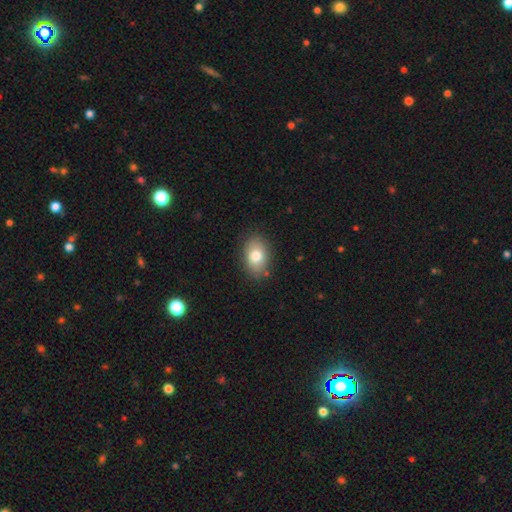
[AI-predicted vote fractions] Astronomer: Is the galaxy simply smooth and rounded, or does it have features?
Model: smooth — 80%.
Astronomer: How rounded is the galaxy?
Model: in between — 85%.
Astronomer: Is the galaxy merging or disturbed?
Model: none — 84%.